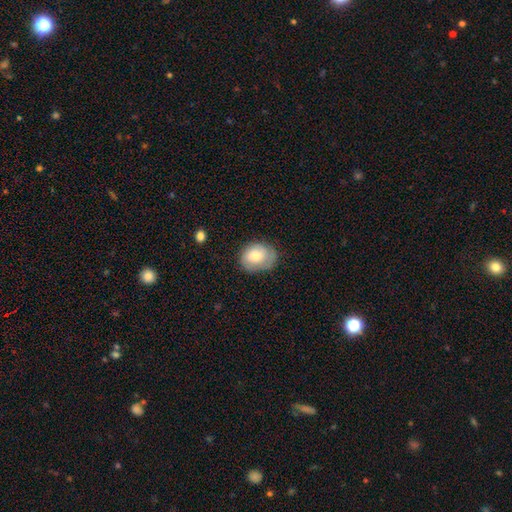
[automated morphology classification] Smooth or featured?
  - smooth: 75% *
  - featured or disk: 18%
  - star or artifact: 7%
How rounded?
  - in between: 58% *
  - round: 41%
  - cigar-shaped: 1%
Merging?
  - none: 66% *
  - minor disturbance: 25%
  - major disturbance: 7%
  - merger: 1%